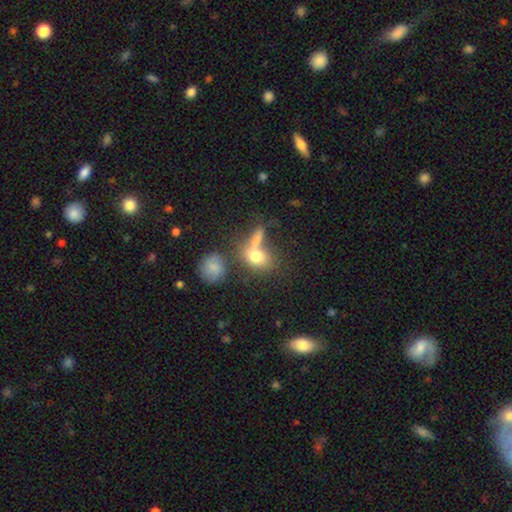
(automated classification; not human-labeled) A smooth galaxy with no disk features (73%) that is in between round and cigar-shaped (57%). Merging: merger (40%).